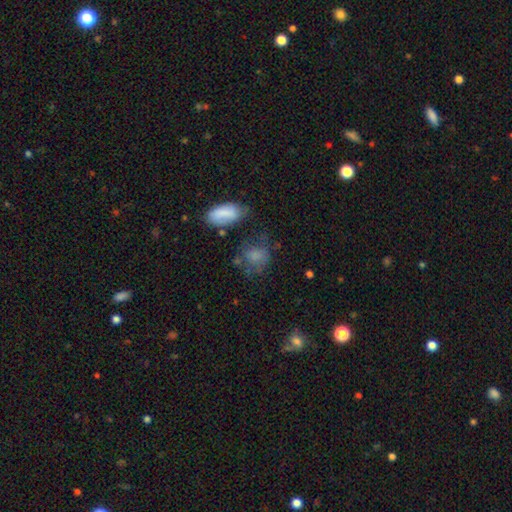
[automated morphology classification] Smooth or featured?
  - smooth: 74% *
  - featured or disk: 15%
  - star or artifact: 11%
How rounded?
  - round: 50% *
  - in between: 47%
  - cigar-shaped: 3%
Merging?
  - none: 49% *
  - minor disturbance: 24%
  - major disturbance: 17%
  - merger: 10%